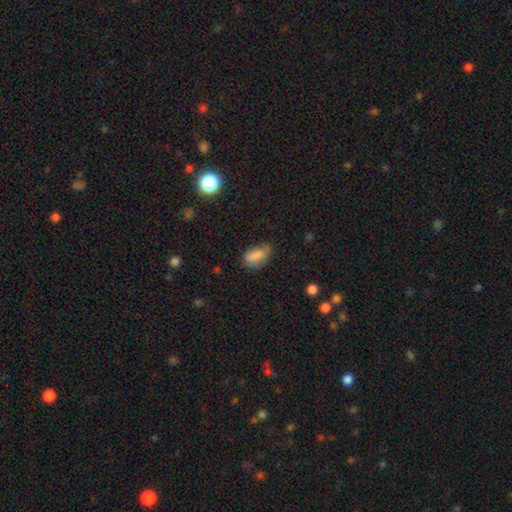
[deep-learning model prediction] This is clearly a smooth galaxy (81%). How rounded: clearly in between (89%). Merging: possibly none (54%).